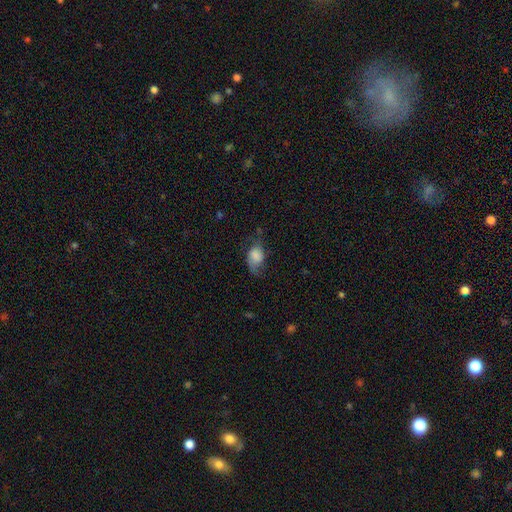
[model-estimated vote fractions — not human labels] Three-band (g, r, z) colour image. It shows a smooth galaxy with no disk features (64%) that is in between round and cigar-shaped (77%). Merging: none (44%).